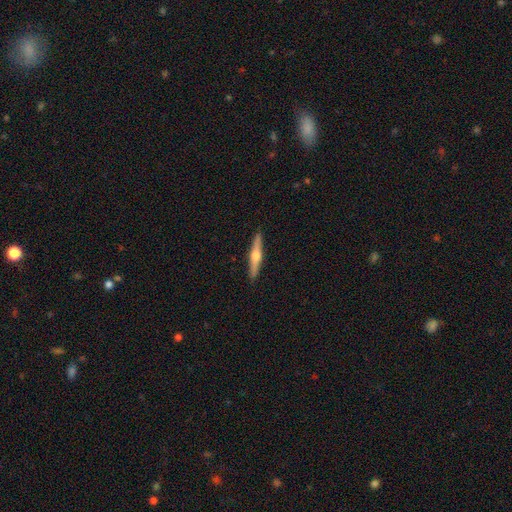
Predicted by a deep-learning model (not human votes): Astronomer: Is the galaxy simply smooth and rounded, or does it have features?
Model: featured or disk — 68%.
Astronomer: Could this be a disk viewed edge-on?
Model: yes — 98%.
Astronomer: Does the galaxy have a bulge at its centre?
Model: rounded — 94%.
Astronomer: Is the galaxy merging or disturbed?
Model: none — 92%.